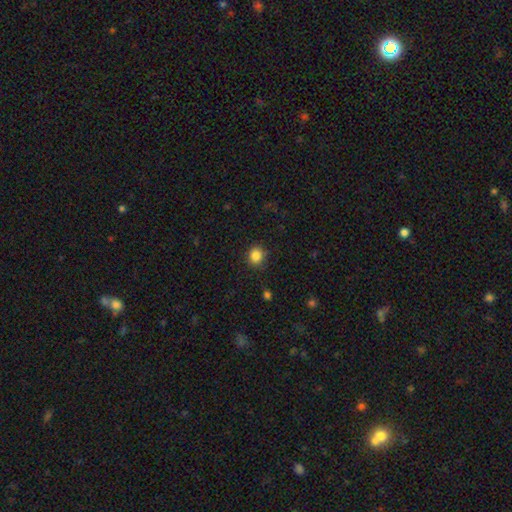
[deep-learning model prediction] A smooth galaxy with no disk features (85%) that is round (83%).

Vote fractions:
- Smooth or featured? smooth: 85% / star or artifact: 11% / featured or disk: 4%
- How rounded? round: 83% / in between: 16% / cigar-shaped: 1%
- Merging? none: 85% / minor disturbance: 11% / major disturbance: 3% / merger: 1%